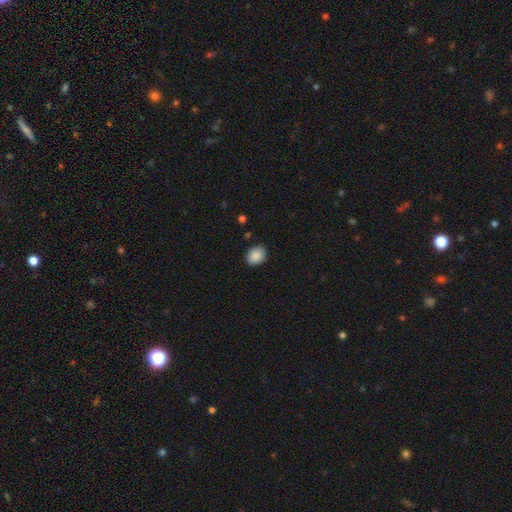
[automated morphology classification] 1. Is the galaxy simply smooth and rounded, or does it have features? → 88% smooth, 8% star or artifact, 4% featured or disk.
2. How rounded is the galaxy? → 54% in between, 45% round, 1% cigar-shaped.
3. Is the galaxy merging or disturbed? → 87% none, 10% minor disturbance, 2% major disturbance, 1% merger.